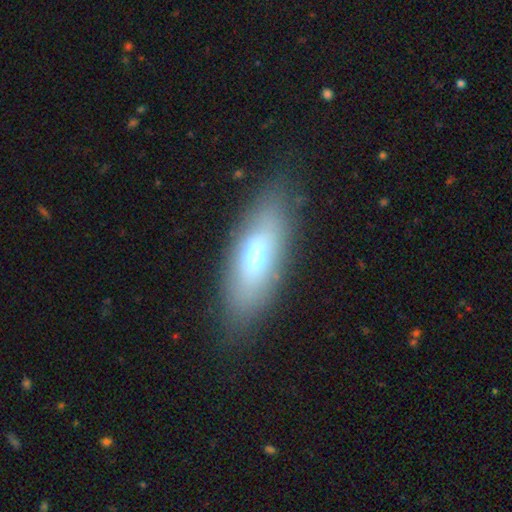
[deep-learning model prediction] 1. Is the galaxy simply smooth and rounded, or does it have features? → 62% smooth, 27% featured or disk, 10% star or artifact.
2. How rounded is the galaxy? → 71% in between, 25% cigar-shaped, 3% round.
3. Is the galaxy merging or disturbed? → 76% none, 14% minor disturbance, 7% major disturbance, 2% merger.